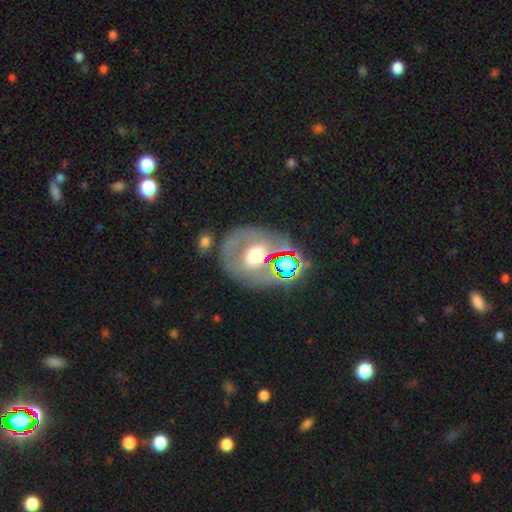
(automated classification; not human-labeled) Q: Smooth or featured?
A: featured or disk (49%); runner-up: smooth (36%)
Q: Merging?
A: none (61%); runner-up: minor disturbance (16%)